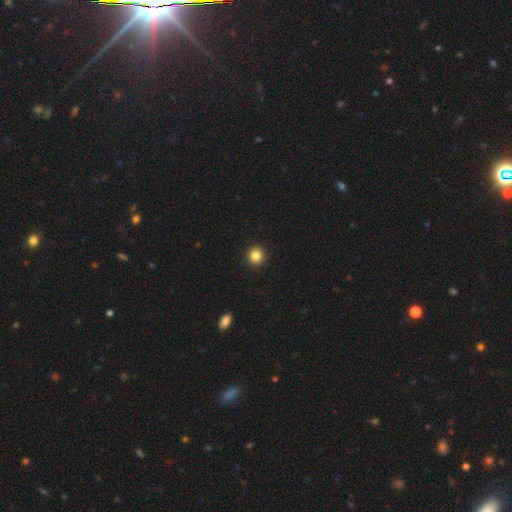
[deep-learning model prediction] Smooth or featured? smooth (84%)
How rounded? round (96%)
Merging? none (94%)